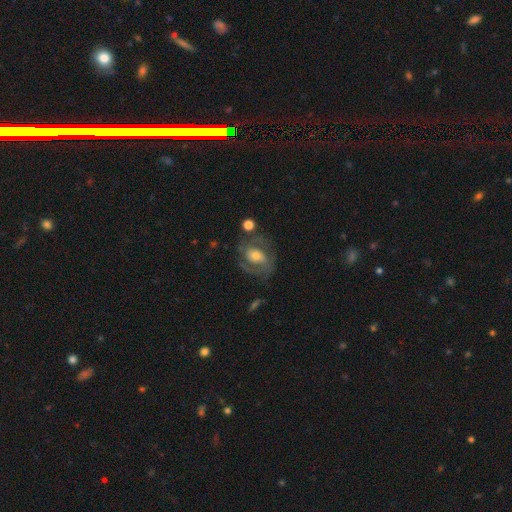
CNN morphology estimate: The model was most divided on "bar": no: 48%, weak: 37%, strong: 15%. Remaining: edge-on disk — no (96%); spiral arms — yes (83%); smooth or featured — featured or disk (71%); spiral arm count — 2 (69%); merging — none (62%); bulge size — moderate (55%); spiral winding — medium (47%).